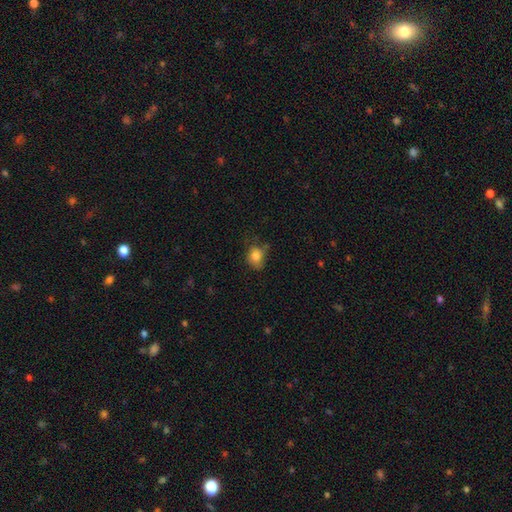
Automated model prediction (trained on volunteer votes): Overall: smooth (80%). How rounded: in between (50%; round 49%). Merging: none (52%; minor disturbance 32%).